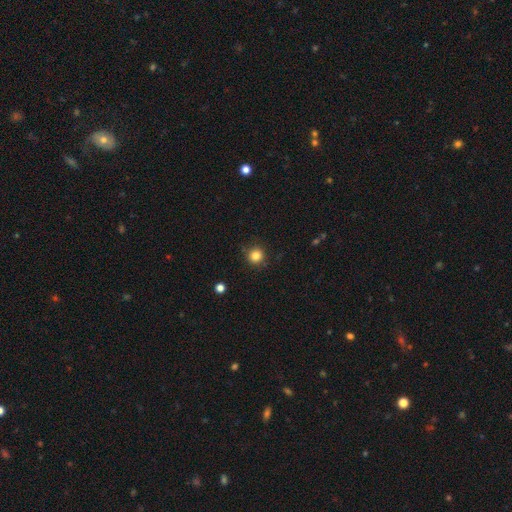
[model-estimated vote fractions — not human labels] Smooth or featured: smooth — 83% (star or artifact — 12%)
How rounded: round — 94% (in between — 5%)
Merging: none — 88% (minor disturbance — 9%)